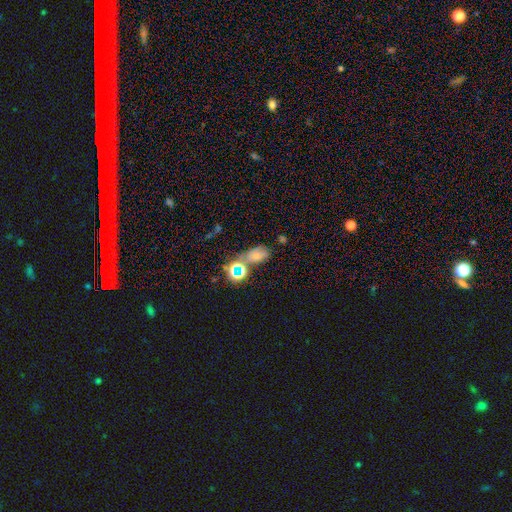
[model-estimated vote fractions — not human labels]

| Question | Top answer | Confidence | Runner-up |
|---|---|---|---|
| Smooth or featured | smooth | 49% | star or artifact (31%) |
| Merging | none | 47% | merger (22%) |